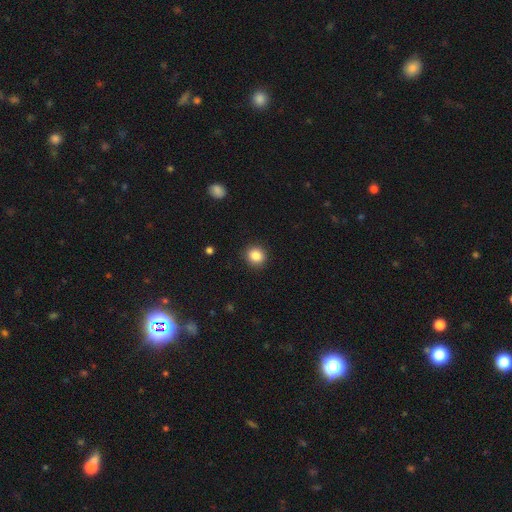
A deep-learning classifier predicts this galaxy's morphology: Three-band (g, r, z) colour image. It shows a smooth galaxy with no disk features (86%) that is round (88%). Merging: none (91%).